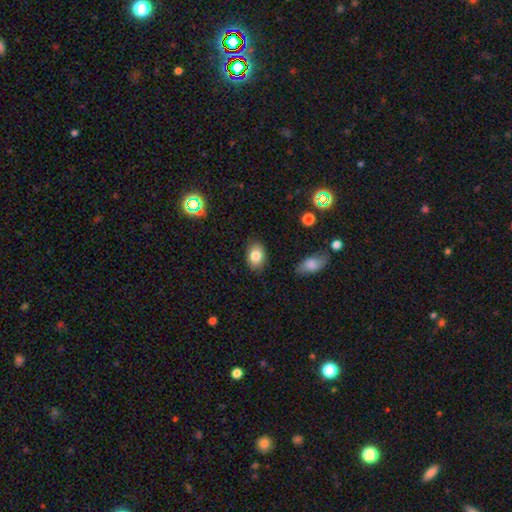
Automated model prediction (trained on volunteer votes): A smooth galaxy with no disk features (83%) that is in between round and cigar-shaped (76%). Merging: none (85%).